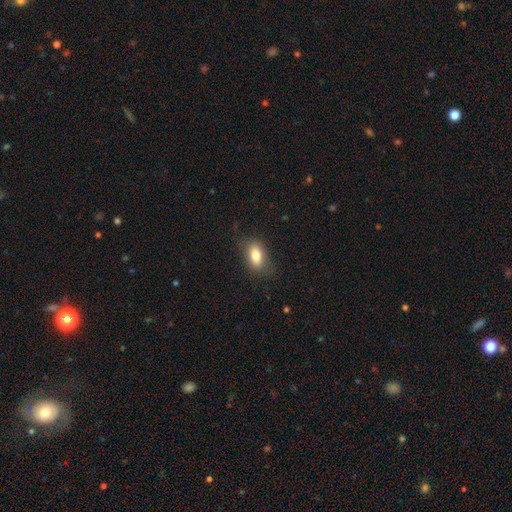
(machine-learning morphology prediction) Smooth or featured? Predicted: smooth (p=0.80). How rounded? Predicted: in between (p=0.87). Merging? Predicted: none (p=0.75).